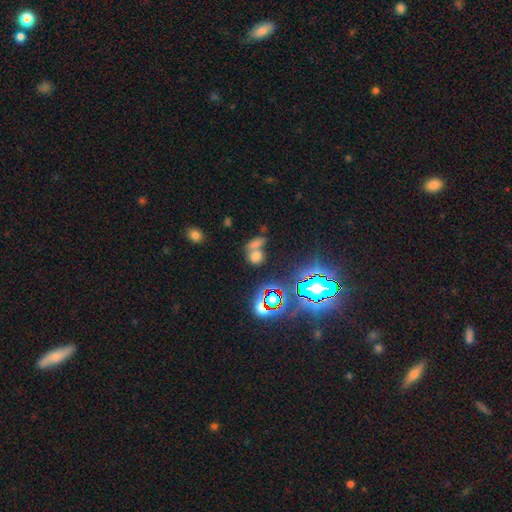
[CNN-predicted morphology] A smooth galaxy with no disk features (60%) that is round (53%).

Vote fractions:
- Smooth or featured? smooth: 60% / star or artifact: 28% / featured or disk: 12%
- How rounded? round: 53% / in between: 43% / cigar-shaped: 4%
- Merging? merger: 51% / none: 35% / minor disturbance: 8% / major disturbance: 5%